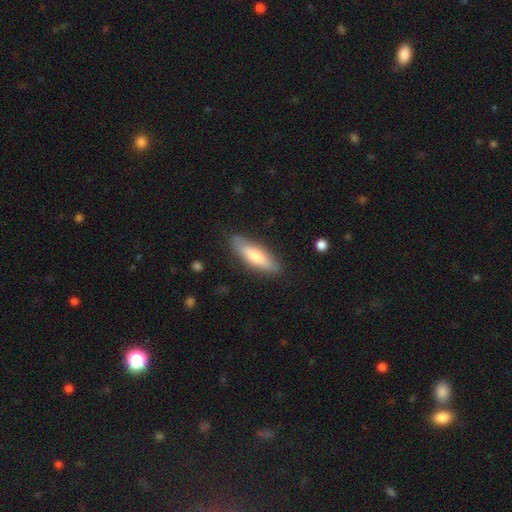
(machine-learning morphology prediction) type=smooth (70%); roundness=cigar-shaped (54%); merging=none (84%).